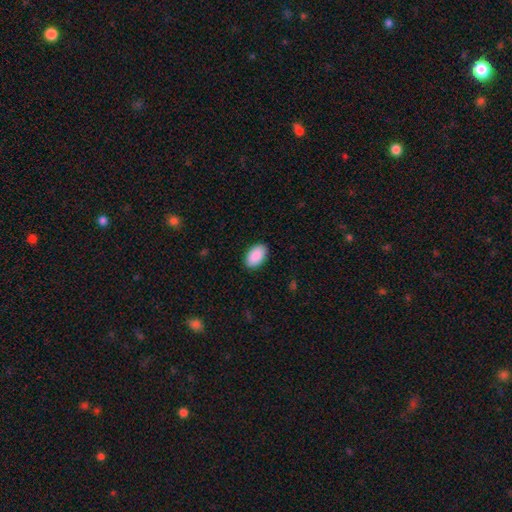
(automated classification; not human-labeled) smooth_or_featured: smooth (p=0.91) [alt: star or artifact p=0.06]
how_rounded: in between (p=0.95) [alt: round p=0.04]
merging: none (p=0.89) [alt: minor disturbance p=0.08]